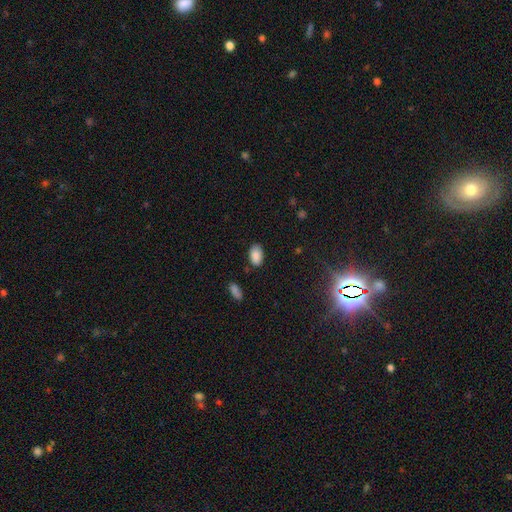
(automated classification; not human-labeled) A smooth galaxy with no disk features (88%) that is in between round and cigar-shaped (92%). Merging: none (82%).